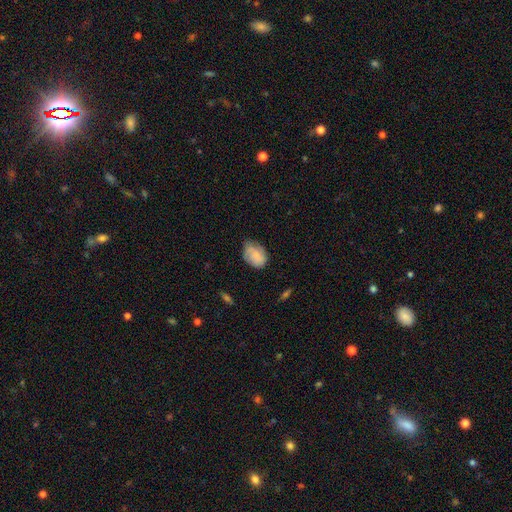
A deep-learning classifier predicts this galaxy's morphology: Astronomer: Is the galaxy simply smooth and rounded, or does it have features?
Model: smooth — 72%.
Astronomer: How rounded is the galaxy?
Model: in between — 78%.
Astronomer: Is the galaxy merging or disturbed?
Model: none — 57% (runner-up: minor disturbance, 33%).